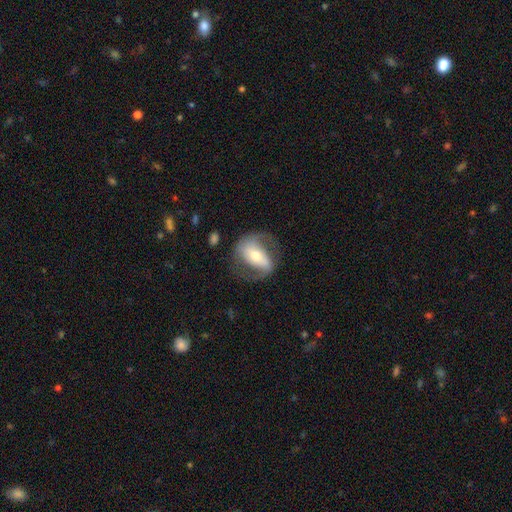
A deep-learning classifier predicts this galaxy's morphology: featured or disk 74%, smooth 20%, star or artifact 6%. Down the decision tree: edge-on disk — no (95%); bar — strong (53%); spiral arms — yes (85%); spiral arm count — 2 (86%); spiral winding — medium (47%); bulge size — moderate (56%); merging — none (68%).